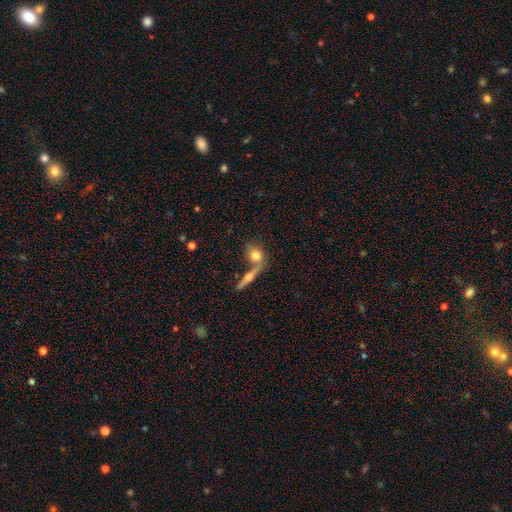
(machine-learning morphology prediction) Smooth or featured? smooth (70%)
How rounded? round (51%)
Merging? none (46%)